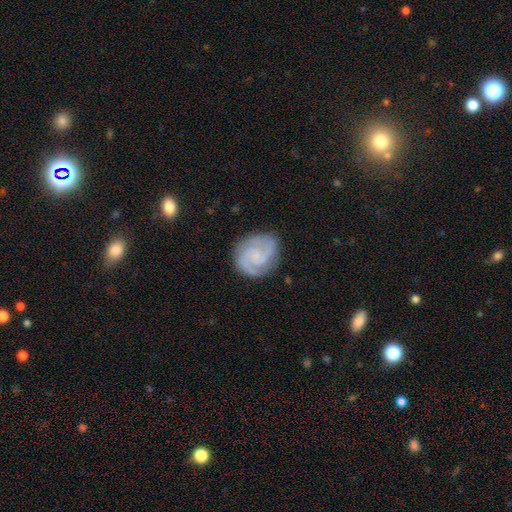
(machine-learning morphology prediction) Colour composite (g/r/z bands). It shows a featured or disk galaxy (86%) with no bar (55%), 2 (79%) tight (48%) spiral arms (98%) and a small central bulge (51%). Merging: none (83%).